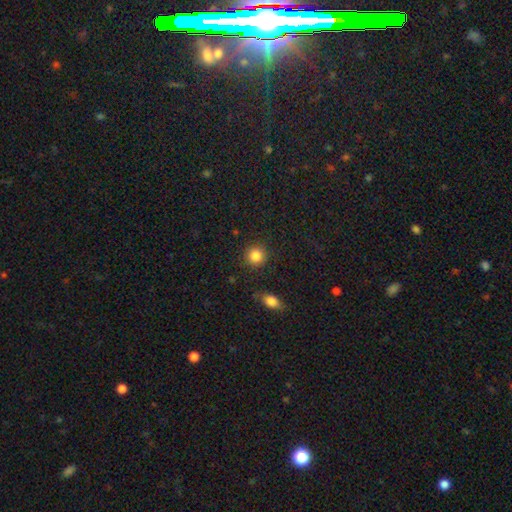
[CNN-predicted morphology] Smooth or featured? smooth (86%)
How rounded? round (92%)
Merging? none (89%)